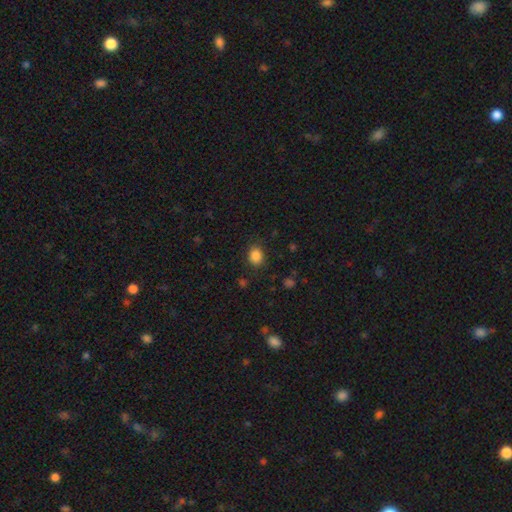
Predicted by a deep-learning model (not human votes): smooth 86%, star or artifact 10%, featured or disk 4%. Down the decision tree: how rounded — round (51%); merging — none (85%).